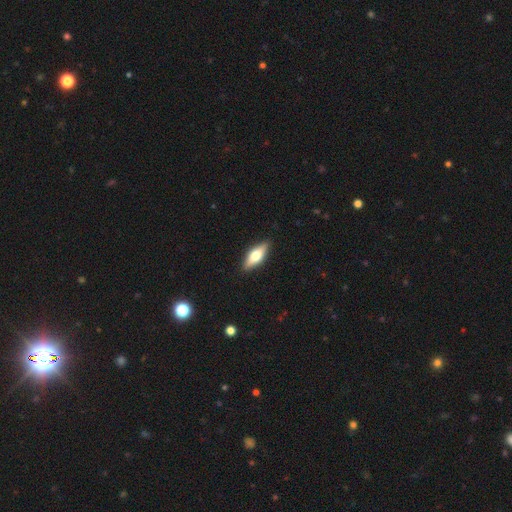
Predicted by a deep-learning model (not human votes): The model was most divided on "smooth or featured": smooth: 53%, featured or disk: 41%, star or artifact: 6%. More confident: merging — none (88%); how rounded — in between (61%).